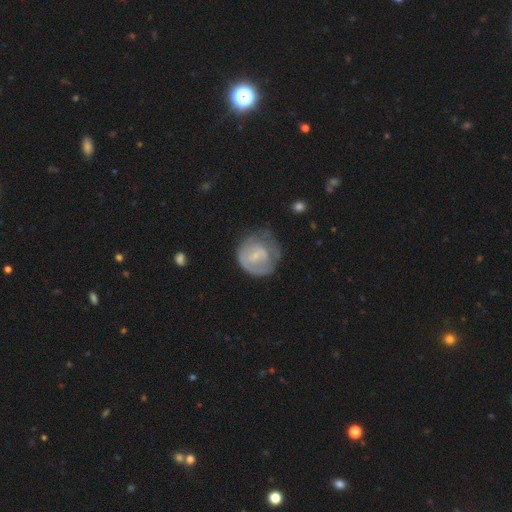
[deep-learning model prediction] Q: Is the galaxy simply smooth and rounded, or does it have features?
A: featured or disk — 48%.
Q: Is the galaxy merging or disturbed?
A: none — 40%.